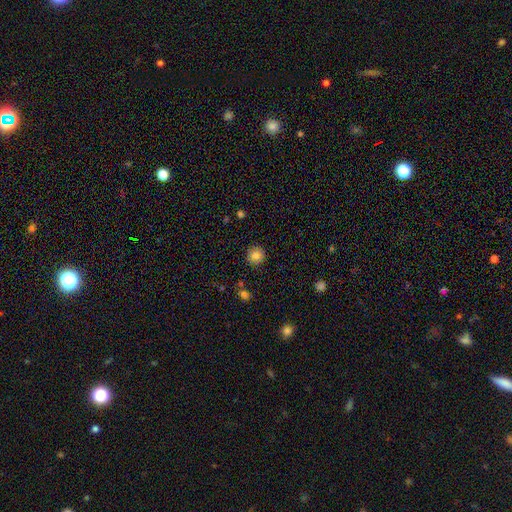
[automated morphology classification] This is clearly a smooth galaxy (83%). How rounded: clearly round (92%). Merging: clearly none (90%).